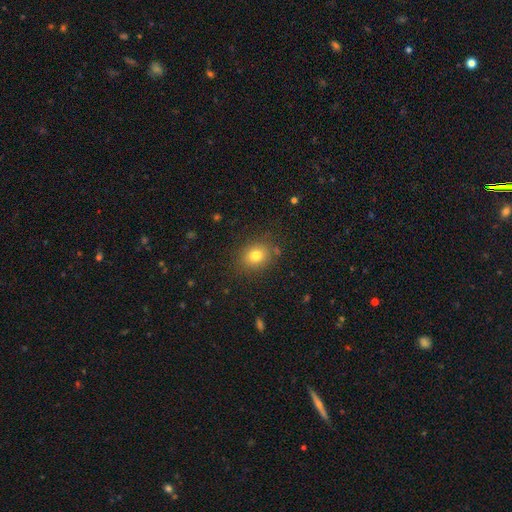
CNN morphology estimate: smooth 78%, star or artifact 13%, featured or disk 9%. Down the decision tree: how rounded — round (54%); merging — none (83%).